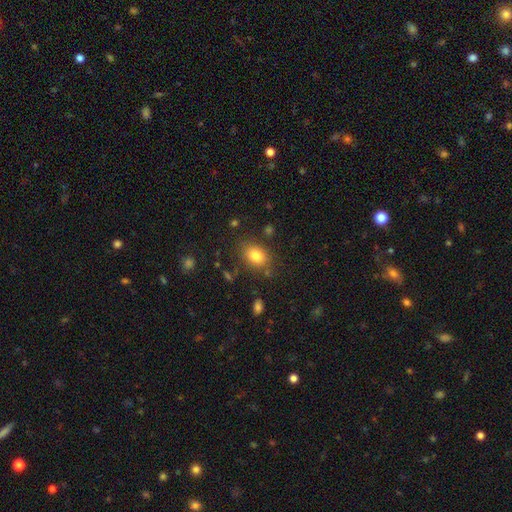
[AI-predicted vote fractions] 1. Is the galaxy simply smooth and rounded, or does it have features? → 82% smooth, 10% star or artifact, 8% featured or disk.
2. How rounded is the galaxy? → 74% in between, 25% round, 1% cigar-shaped.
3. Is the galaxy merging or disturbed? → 80% none, 12% minor disturbance, 4% major disturbance, 3% merger.